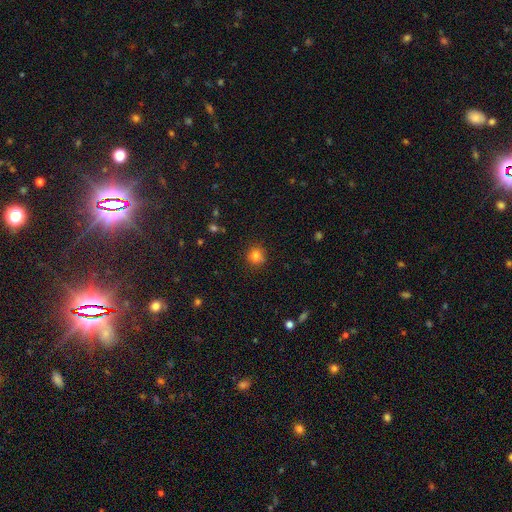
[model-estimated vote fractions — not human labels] Smooth or featured? Predicted: smooth (p=0.82). How rounded? Predicted: round (p=0.90). Merging? Predicted: none (p=0.88).